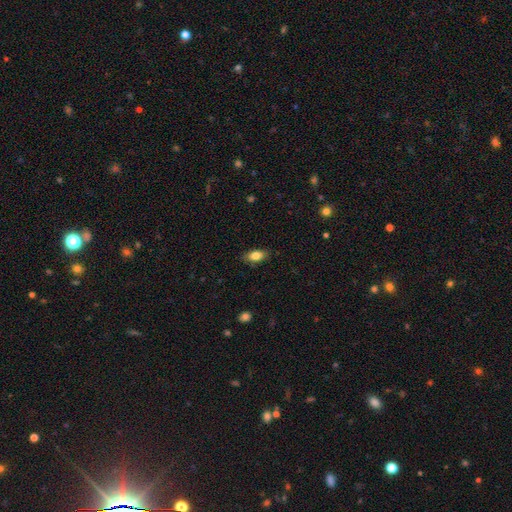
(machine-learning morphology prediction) smooth_or_featured: smooth (p=0.83) [alt: featured or disk p=0.10]
how_rounded: in between (p=0.87) [alt: cigar-shaped p=0.08]
merging: none (p=0.85) [alt: minor disturbance p=0.11]